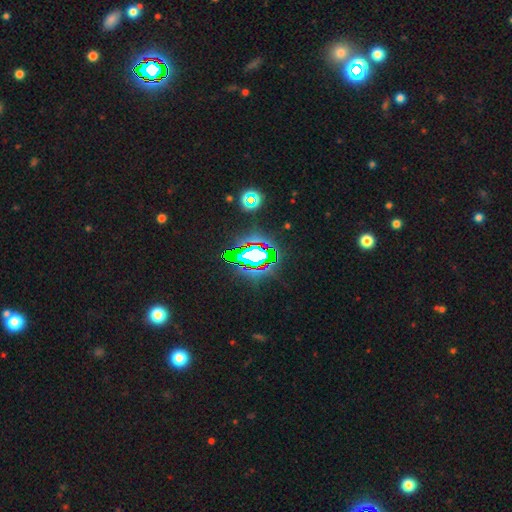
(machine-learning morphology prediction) Overall: star or artifact (67%).